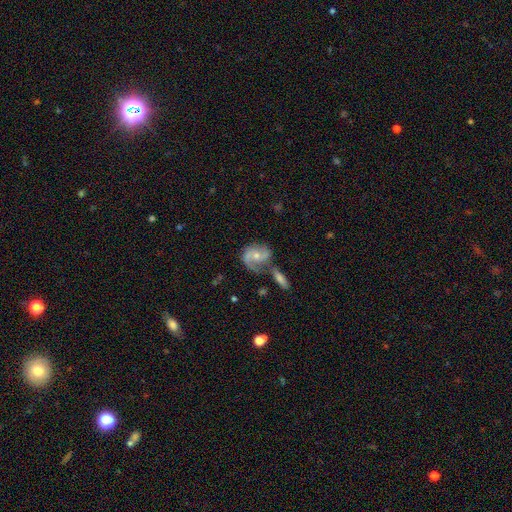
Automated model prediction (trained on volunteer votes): featured or disk 74%, smooth 20%, star or artifact 7%. Down the decision tree: edge-on disk — no (96%); bar — no (63%); spiral arms — yes (91%); spiral arm count — 2 (74%); spiral winding — medium (48%); bulge size — moderate (49%); merging — none (41%).